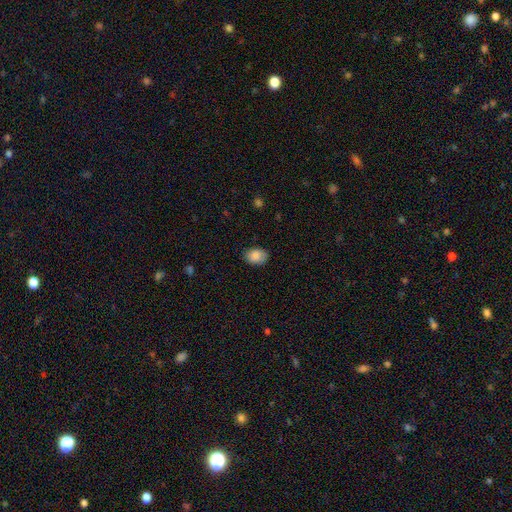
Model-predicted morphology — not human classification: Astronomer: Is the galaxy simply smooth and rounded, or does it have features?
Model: smooth — 85%.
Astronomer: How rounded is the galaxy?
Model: in between — 73%.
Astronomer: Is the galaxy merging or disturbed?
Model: none — 80%.